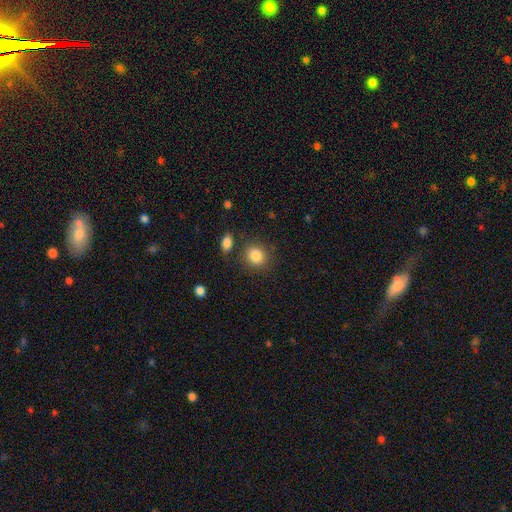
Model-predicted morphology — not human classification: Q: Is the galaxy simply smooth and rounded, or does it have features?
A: smooth — 85%.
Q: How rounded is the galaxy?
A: round — 73%.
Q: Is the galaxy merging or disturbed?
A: none — 81%.